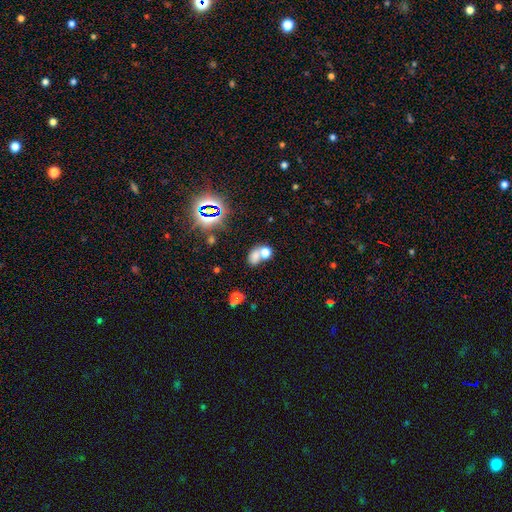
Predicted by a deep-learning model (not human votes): smooth-or-featured: smooth: 61% | star or artifact: 25% | featured or disk: 13%
  how-rounded: in between: 65% | round: 33% | cigar-shaped: 2%
  merging: merger: 47% | none: 36% | minor disturbance: 10% | major disturbance: 7%